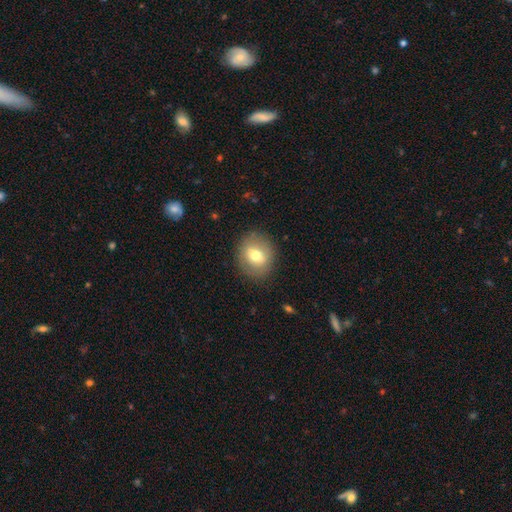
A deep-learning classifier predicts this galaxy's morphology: Smooth or featured: smooth — 70% (featured or disk — 21%)
How rounded: round — 72% (in between — 27%)
Merging: none — 86% (minor disturbance — 10%)